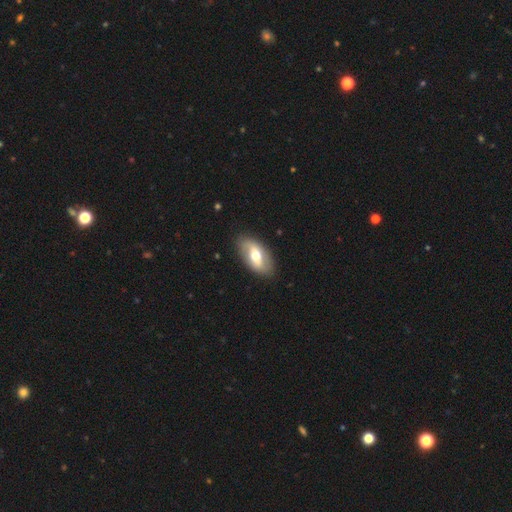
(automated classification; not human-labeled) This is possibly a featured or disk galaxy (49%). Merging: clearly none (84%).